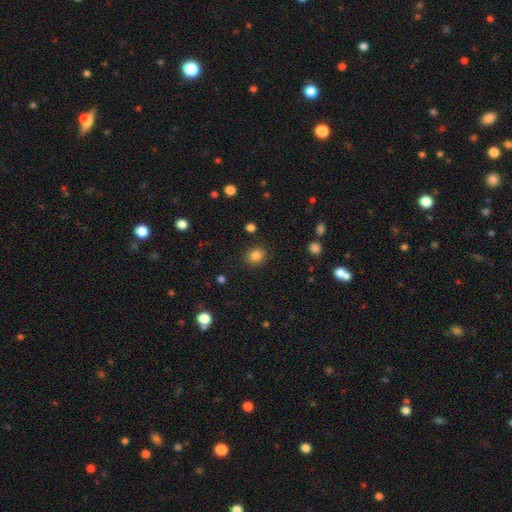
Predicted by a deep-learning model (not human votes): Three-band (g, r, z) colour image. It shows a smooth galaxy with no disk features (84%) that is round (79%). Merging: none (88%).